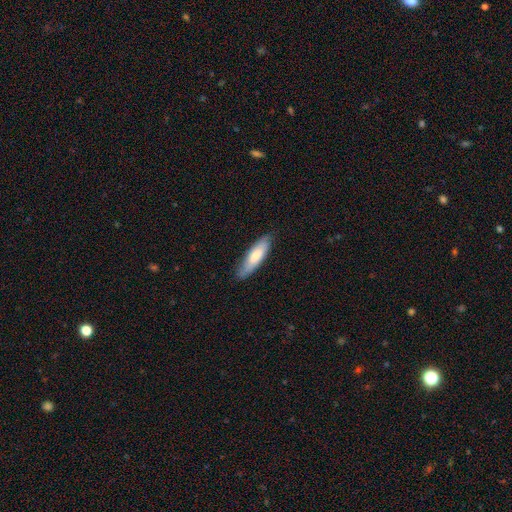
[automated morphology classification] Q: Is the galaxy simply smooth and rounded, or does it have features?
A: smooth — 71%.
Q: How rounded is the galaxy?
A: cigar-shaped — 58%.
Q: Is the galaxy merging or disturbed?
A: none — 81%.